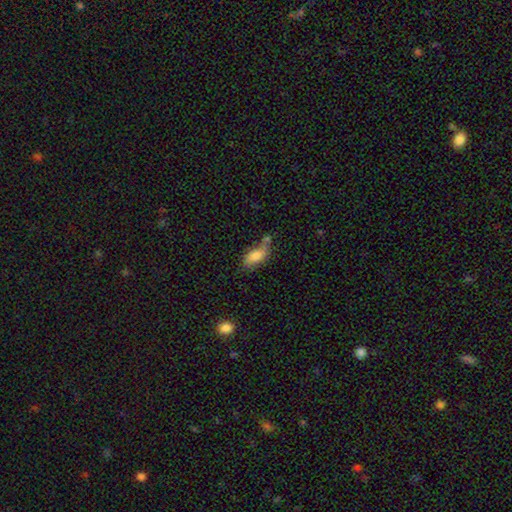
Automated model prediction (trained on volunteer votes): Q: Smooth or featured?
A: smooth (70%); runner-up: featured or disk (21%)
Q: How rounded?
A: in between (86%); runner-up: cigar-shaped (10%)
Q: Merging?
A: none (46%); runner-up: minor disturbance (26%)